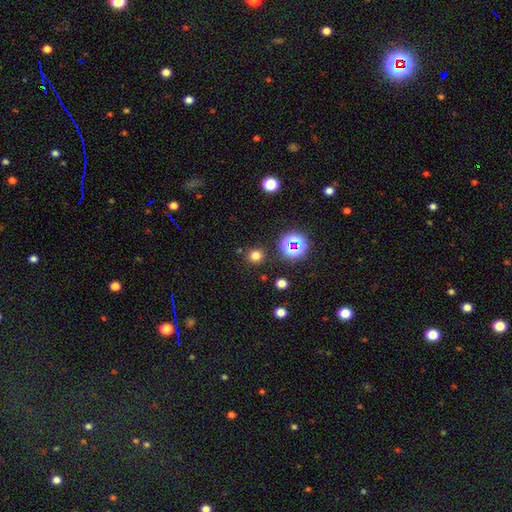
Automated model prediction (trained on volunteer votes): Smooth or featured? smooth (74%)
How rounded? round (88%)
Merging? none (88%)